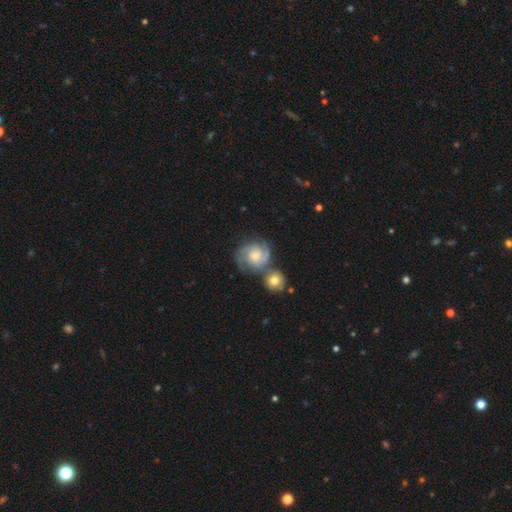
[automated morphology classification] Smooth or featured?
  - featured or disk: 83% *
  - smooth: 12%
  - star or artifact: 5%
Edge-on disk?
  - no: 98% *
  - yes: 2%
Bar?
  - no: 71% *
  - weak: 25%
  - strong: 4%
Spiral arms?
  - yes: 96% *
  - no: 4%
Spiral winding?
  - tight: 52% *
  - medium: 39%
  - loose: 9%
Spiral arm count?
  - 2: 53% *
  - 3: 23%
  - can't tell: 13%
  - 4: 4%
  - 1: 4%
  - more than 4: 3%
Bulge size?
  - moderate: 49% *
  - small: 39%
  - large: 6%
  - none: 4%
  - dominant: 2%
Merging?
  - none: 54% *
  - merger: 23%
  - minor disturbance: 16%
  - major disturbance: 8%